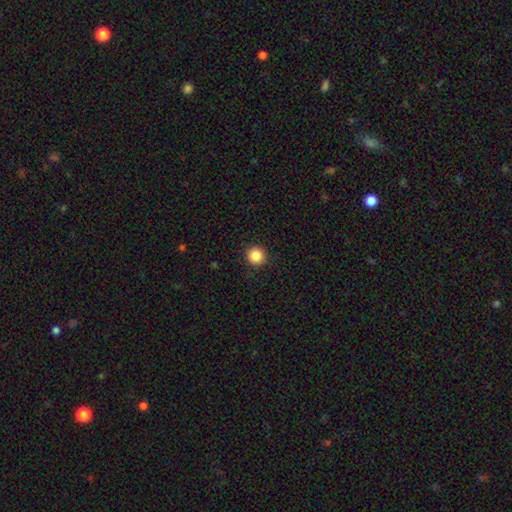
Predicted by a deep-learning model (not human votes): smooth_or_featured: smooth (p=0.87) [alt: star or artifact p=0.10]
how_rounded: round (p=0.94) [alt: in between p=0.05]
merging: none (p=0.92) [alt: minor disturbance p=0.05]